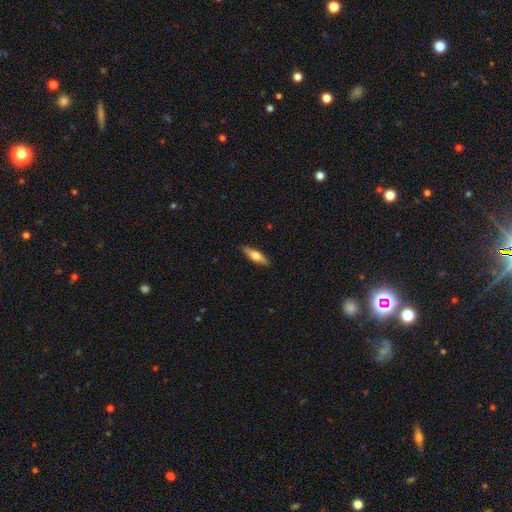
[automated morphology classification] Overall: smooth (60%; featured or disk 34%). How rounded: cigar-shaped (59%; in between 39%). Merging: none (89%).